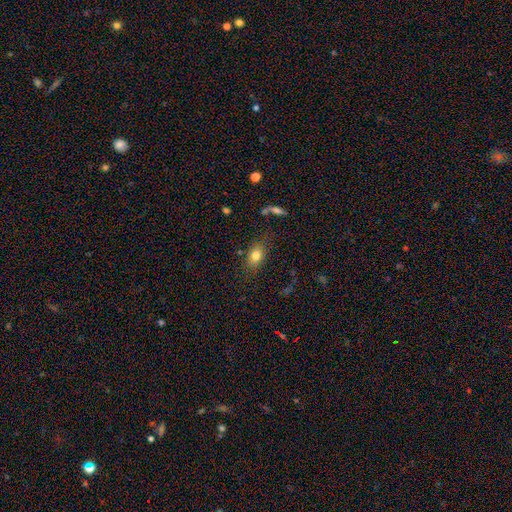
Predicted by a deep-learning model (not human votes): Smooth or featured? smooth (78%)
How rounded? in between (74%)
Merging? none (76%)